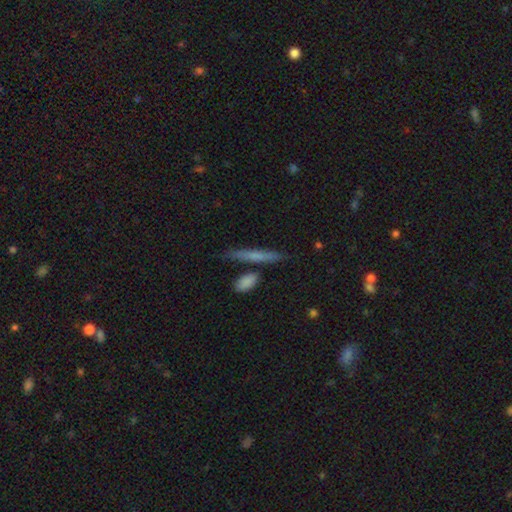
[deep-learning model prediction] Smooth or featured?
  - smooth: 58% *
  - featured or disk: 35%
  - star or artifact: 8%
How rounded?
  - cigar-shaped: 90% *
  - in between: 6%
  - round: 3%
Merging?
  - none: 79% *
  - minor disturbance: 11%
  - merger: 7%
  - major disturbance: 3%